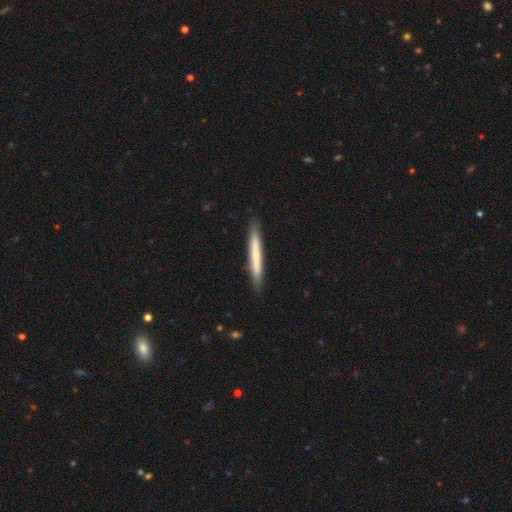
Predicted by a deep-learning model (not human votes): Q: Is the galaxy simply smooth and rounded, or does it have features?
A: smooth — 68%.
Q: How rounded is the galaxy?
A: cigar-shaped — 97%.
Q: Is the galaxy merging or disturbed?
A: none — 90%.